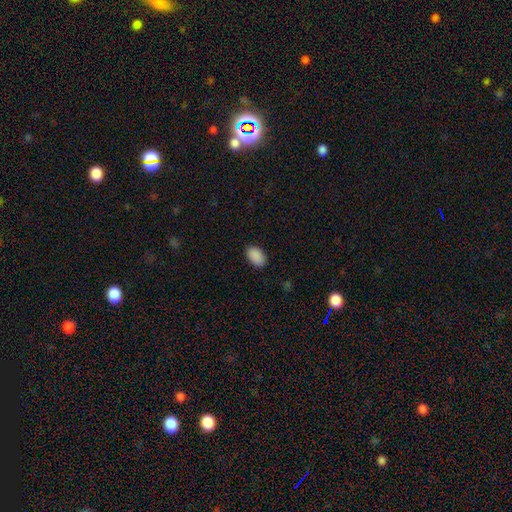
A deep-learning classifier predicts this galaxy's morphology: The model was most divided on "merging": none: 87%, minor disturbance: 10%, major disturbance: 2%, merger: 1%. More confident: how rounded — in between (92%); smooth or featured — smooth (90%).